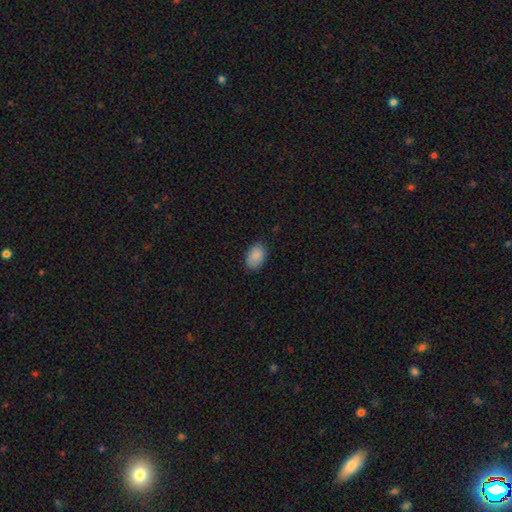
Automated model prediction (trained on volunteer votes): A smooth galaxy with no disk features (88%) that is in between round and cigar-shaped (84%).

Vote fractions:
- Smooth or featured? smooth: 88% / star or artifact: 7% / featured or disk: 5%
- How rounded? in between: 84% / round: 15% / cigar-shaped: 1%
- Merging? none: 82% / minor disturbance: 14% / major disturbance: 3% / merger: 1%